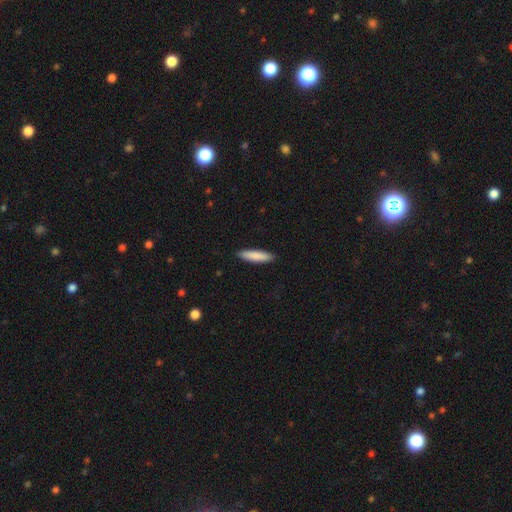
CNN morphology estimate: This appears to be a smooth galaxy with no disk features (86%) that is cigar-shaped (78%). Merging: none (90%).